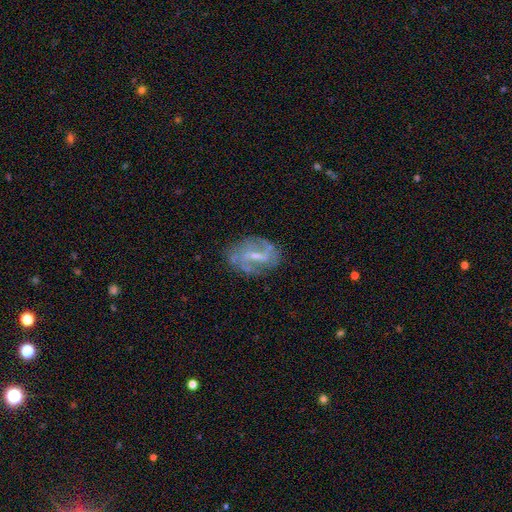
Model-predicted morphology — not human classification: featured or disk 80%, smooth 13%, star or artifact 7%. Down the decision tree: edge-on disk — no (96%); bar — weak (52%); spiral arms — yes (87%); spiral arm count — 2 (62%); spiral winding — medium (41%); bulge size — small (52%); merging — none (68%).